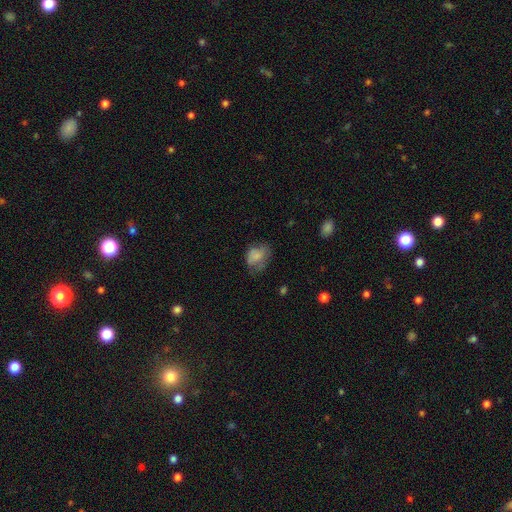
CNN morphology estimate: Q: Smooth or featured?
A: smooth (70%); runner-up: featured or disk (20%)
Q: How rounded?
A: in between (63%); runner-up: round (36%)
Q: Merging?
A: none (44%); runner-up: minor disturbance (31%)